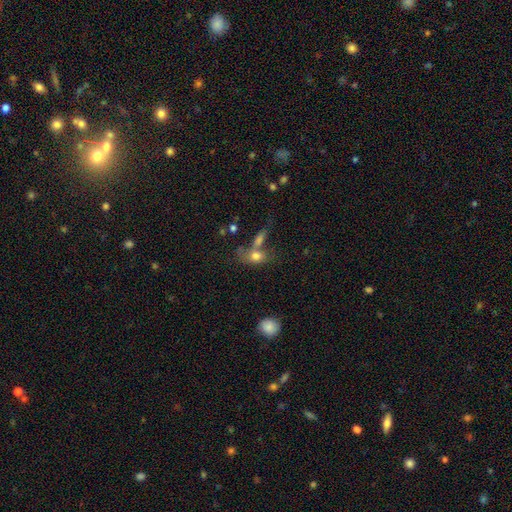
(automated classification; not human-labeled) A smooth galaxy with no disk features (73%) that is in between round and cigar-shaped (74%). Merging: merger (46%).